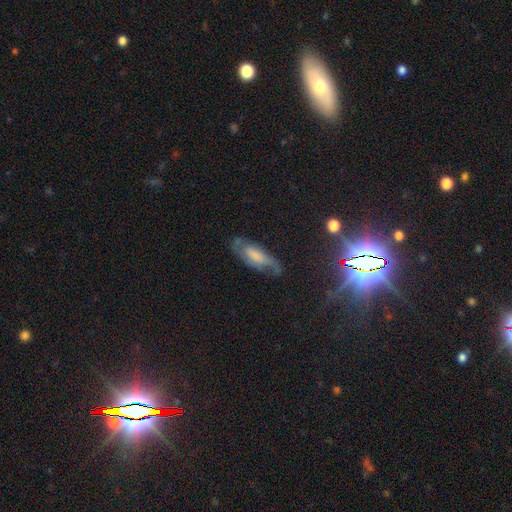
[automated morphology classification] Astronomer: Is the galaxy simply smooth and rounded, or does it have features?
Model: featured or disk — 52% (runner-up: smooth, 38%).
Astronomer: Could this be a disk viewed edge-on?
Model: no — 79%.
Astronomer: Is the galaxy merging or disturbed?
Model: none — 58%.